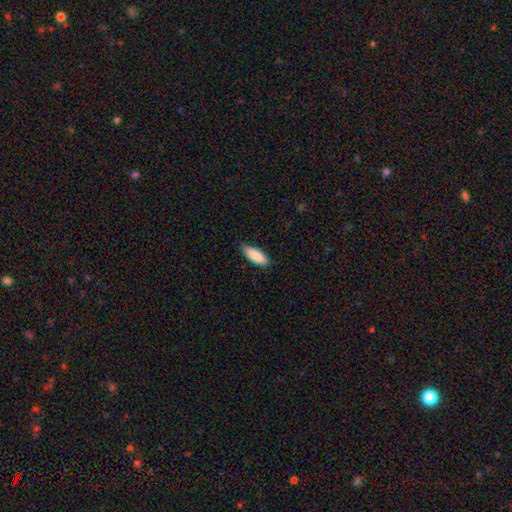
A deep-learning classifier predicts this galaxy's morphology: The model was most divided on "how rounded": in between: 75%, cigar-shaped: 23%, round: 2%. More confident: smooth or featured — smooth (89%); merging — none (84%).